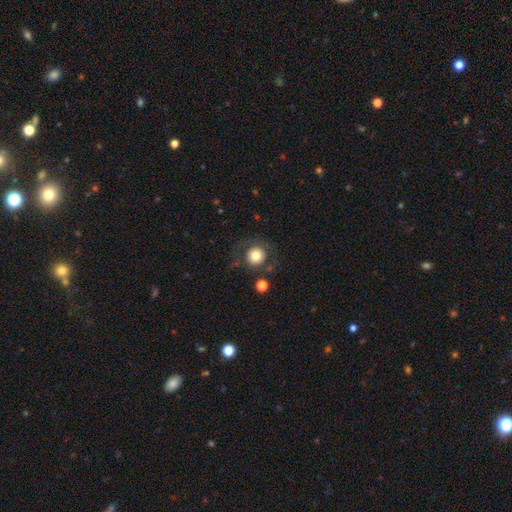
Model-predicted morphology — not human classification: A smooth galaxy with no disk features (73%) that is round (92%).

Vote fractions:
- Smooth or featured? smooth: 73% / featured or disk: 18% / star or artifact: 9%
- How rounded? round: 92% / in between: 7% / cigar-shaped: 1%
- Merging? none: 73% / minor disturbance: 12% / major disturbance: 11% / merger: 4%